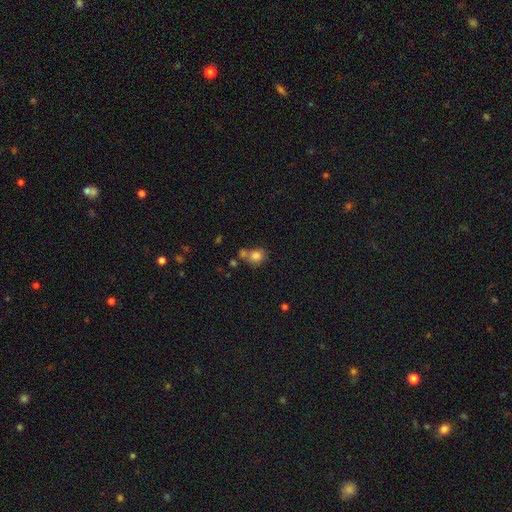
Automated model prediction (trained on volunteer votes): smooth_or_featured: smooth (p=0.81) [alt: star or artifact p=0.11]
how_rounded: round (p=0.70) [alt: in between p=0.29]
merging: none (p=0.51) [alt: merger p=0.30]